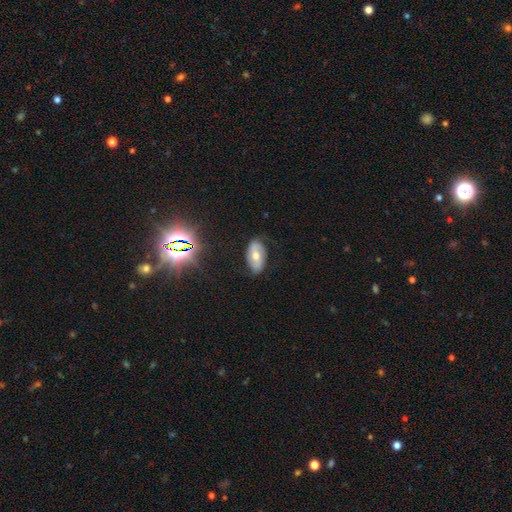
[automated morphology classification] smooth_or_featured: featured or disk (p=0.48) [alt: smooth p=0.34]
merging: none (p=0.79) [alt: minor disturbance p=0.15]